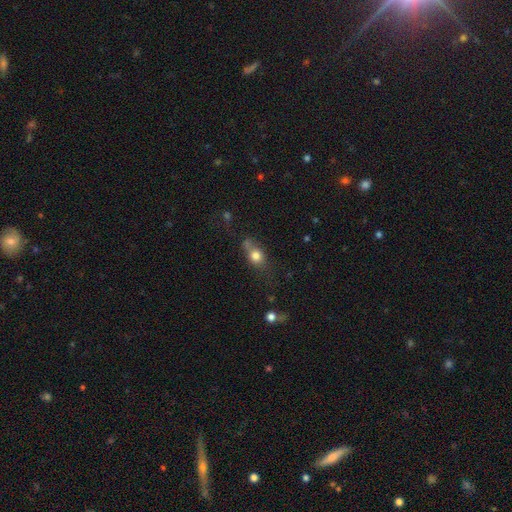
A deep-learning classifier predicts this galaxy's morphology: Smooth or featured? Predicted: smooth (p=0.77). How rounded? Predicted: round (p=0.52). Merging? Predicted: none (p=0.48).